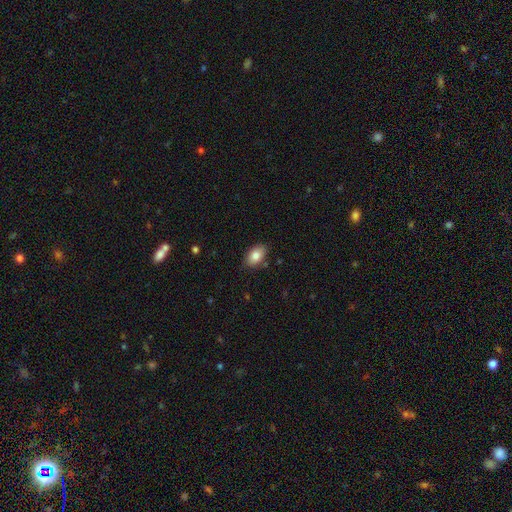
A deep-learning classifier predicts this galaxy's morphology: The model was most divided on "merging": none: 84%, minor disturbance: 12%, major disturbance: 2%, merger: 2%. More confident: how rounded — in between (90%); smooth or featured — smooth (84%).